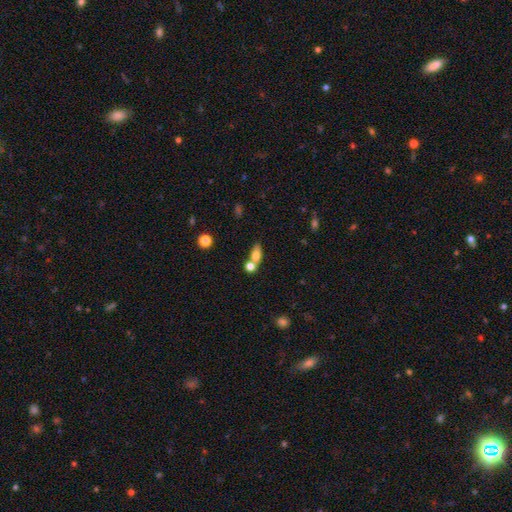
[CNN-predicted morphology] Smooth or featured?
  - smooth: 73% *
  - featured or disk: 18%
  - star or artifact: 10%
How rounded?
  - in between: 66% *
  - round: 20%
  - cigar-shaped: 14%
Merging?
  - merger: 47% *
  - none: 39%
  - minor disturbance: 9%
  - major disturbance: 4%